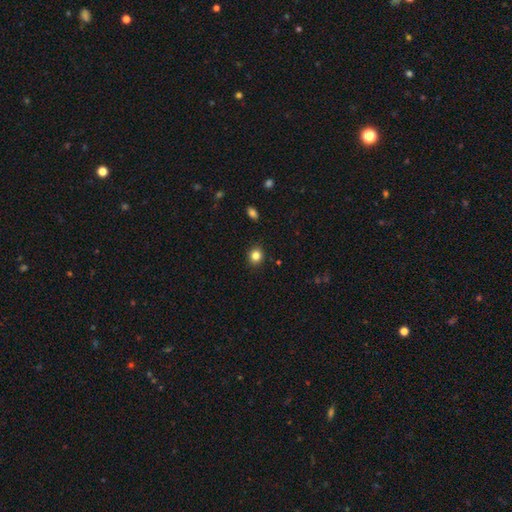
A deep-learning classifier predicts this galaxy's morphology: smooth 83%, star or artifact 11%, featured or disk 5%. Down the decision tree: how rounded — round (78%); merging — none (89%).